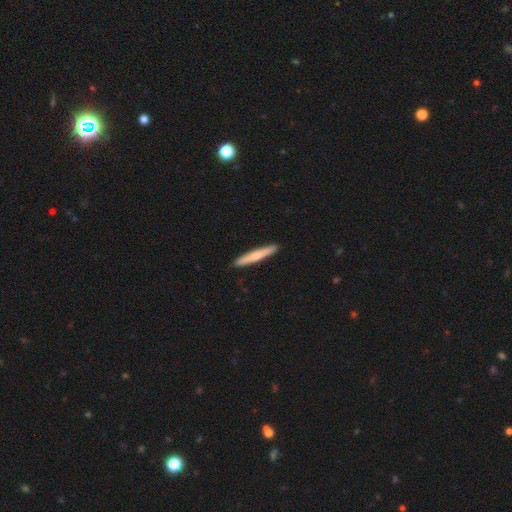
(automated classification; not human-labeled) Smooth or featured: smooth — 60% (featured or disk — 35%)
How rounded: cigar-shaped — 95% (in between — 3%)
Merging: none — 92% (minor disturbance — 5%)